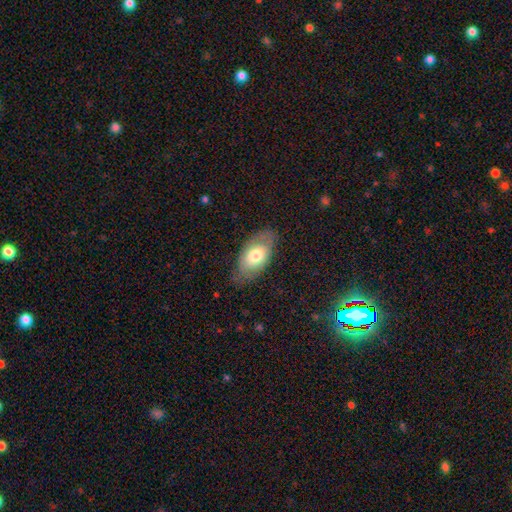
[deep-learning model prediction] smooth 66%, featured or disk 28%, star or artifact 6%. Down the decision tree: how rounded — in between (92%); merging — none (73%).